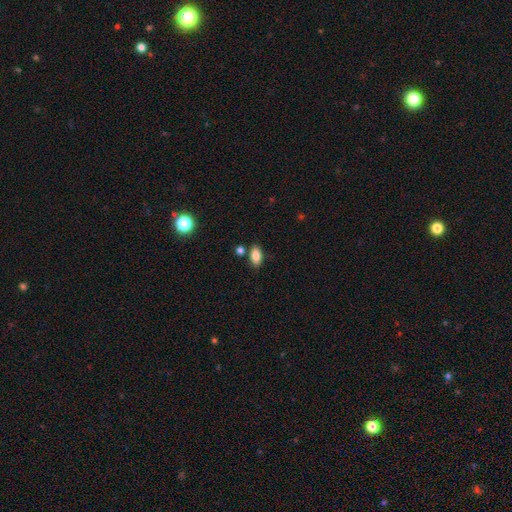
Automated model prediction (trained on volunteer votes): Smooth or featured: smooth — 84% (star or artifact — 8%)
How rounded: in between — 90% (round — 5%)
Merging: none — 79% (minor disturbance — 11%)